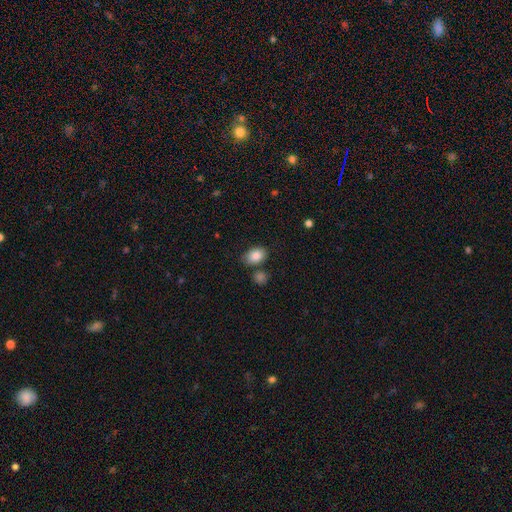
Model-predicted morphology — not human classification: smooth_or_featured: smooth (p=0.86) [alt: star or artifact p=0.08]
how_rounded: in between (p=0.80) [alt: round p=0.19]
merging: none (p=0.72) [alt: minor disturbance p=0.15]